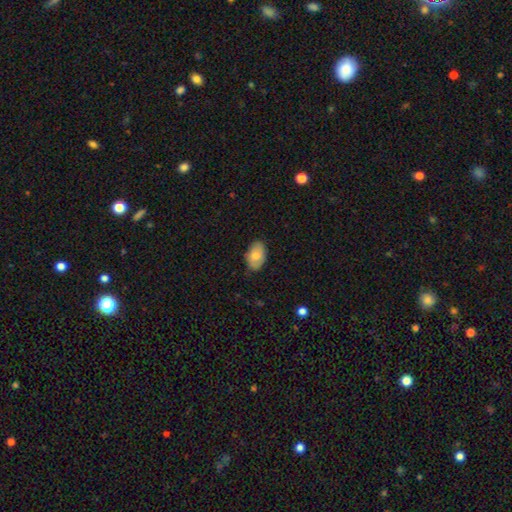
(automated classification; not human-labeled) Overall: smooth (75%). How rounded: in between (90%). Merging: none (79%).